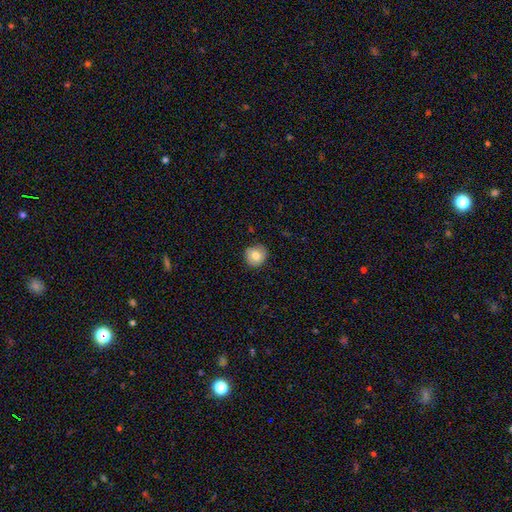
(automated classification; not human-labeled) smooth 77%, featured or disk 15%, star or artifact 8%. Down the decision tree: how rounded — round (88%); merging — none (84%).